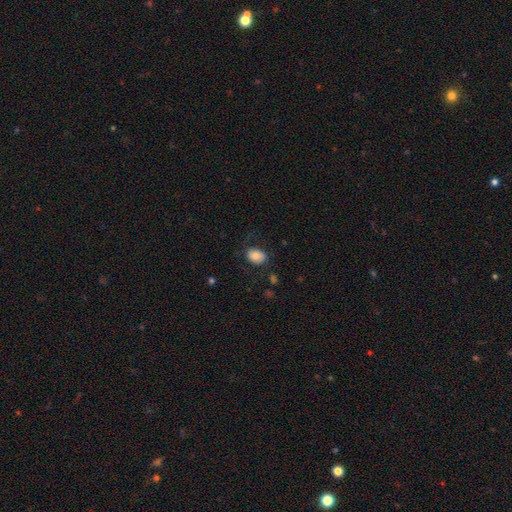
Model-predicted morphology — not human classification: smooth 79%, featured or disk 13%, star or artifact 8%. Down the decision tree: how rounded — in between (64%); merging — none (71%).